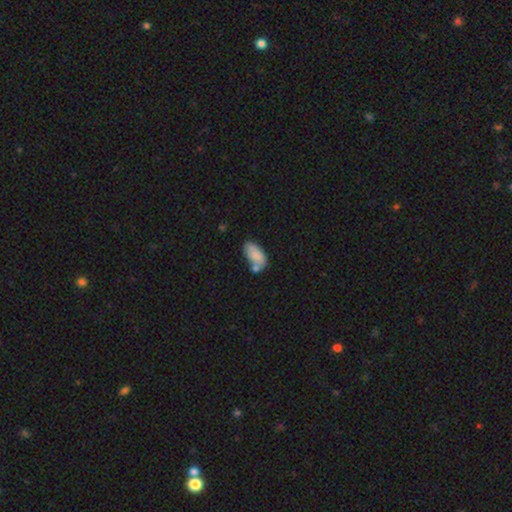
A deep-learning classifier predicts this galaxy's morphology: A smooth galaxy with no disk features (84%) that is in between round and cigar-shaped (93%). Merging: none (53%).